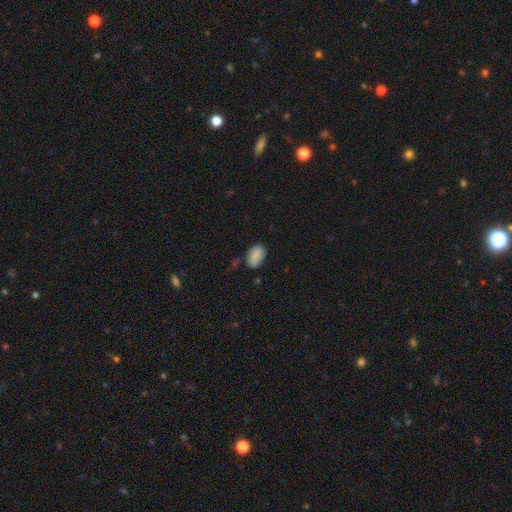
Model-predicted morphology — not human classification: Smooth or featured: smooth — 87% (star or artifact — 7%)
How rounded: in between — 88% (round — 11%)
Merging: none — 73% (minor disturbance — 20%)